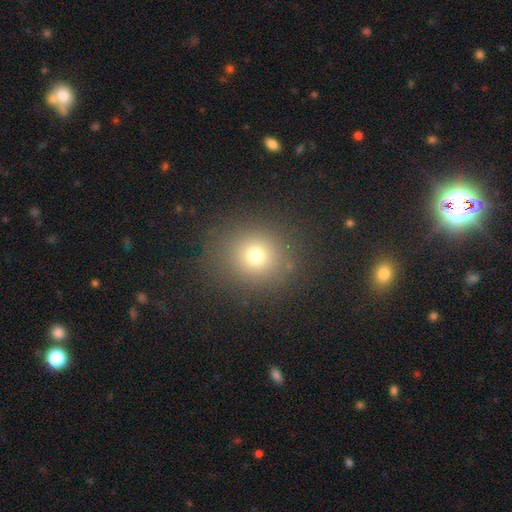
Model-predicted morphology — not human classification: smooth 72%, star or artifact 18%, featured or disk 10%. Down the decision tree: how rounded — round (82%); merging — none (85%).